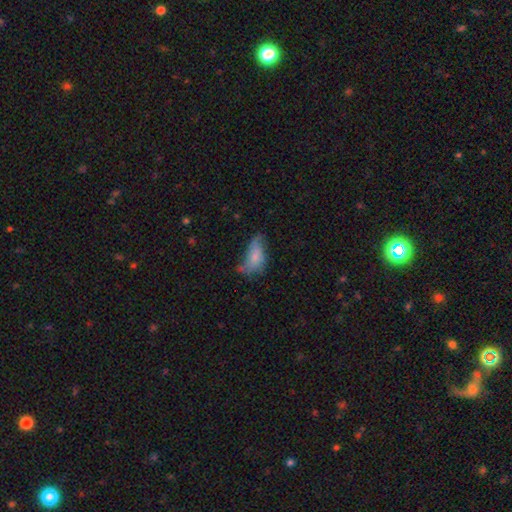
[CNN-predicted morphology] Q: Smooth or featured?
A: smooth (64%); runner-up: featured or disk (27%)
Q: How rounded?
A: in between (89%); runner-up: cigar-shaped (8%)
Q: Merging?
A: minor disturbance (34%); runner-up: none (32%)